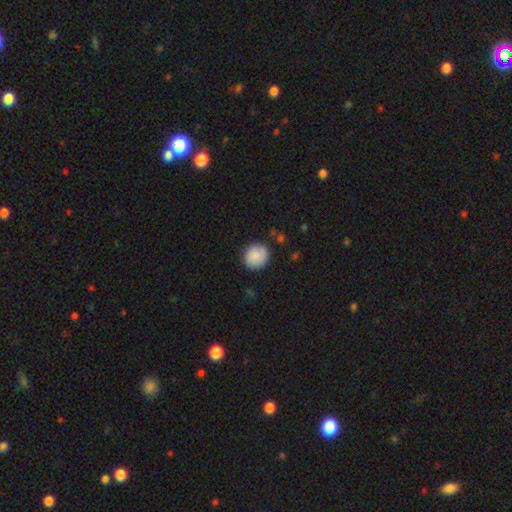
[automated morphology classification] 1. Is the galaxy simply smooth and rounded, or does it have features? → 87% smooth, 7% star or artifact, 6% featured or disk.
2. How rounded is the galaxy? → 85% round, 14% in between, 1% cigar-shaped.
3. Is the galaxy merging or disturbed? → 81% none, 13% minor disturbance, 3% major disturbance, 2% merger.